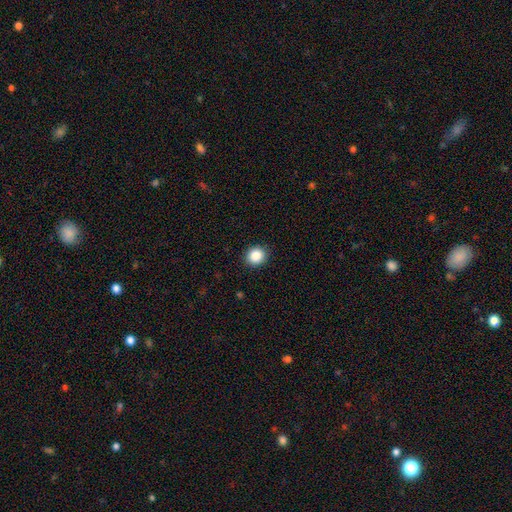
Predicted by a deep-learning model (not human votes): Morphology: type=smooth (87%); roundness=round (83%); merging=none (90%).